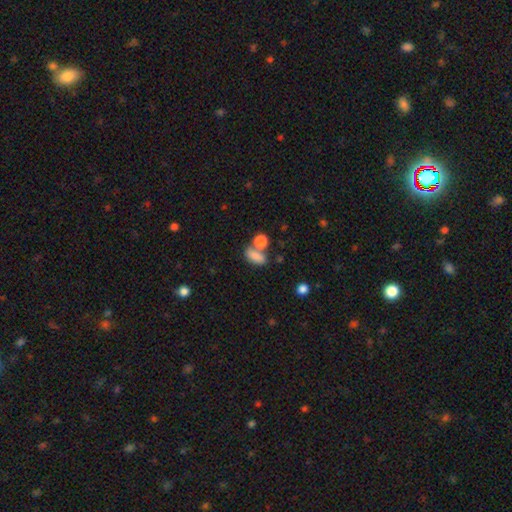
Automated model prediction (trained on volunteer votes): Smooth or featured? smooth (82%)
How rounded? in between (80%)
Merging? none (42%)